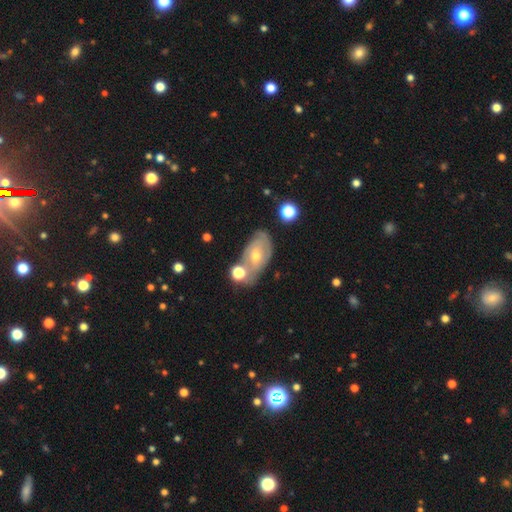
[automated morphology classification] type=featured or disk (56%); edge-on=no (90%); bar=no (69%); spiral arms=yes (54%); bulge=small (48%); merging=none (53%).